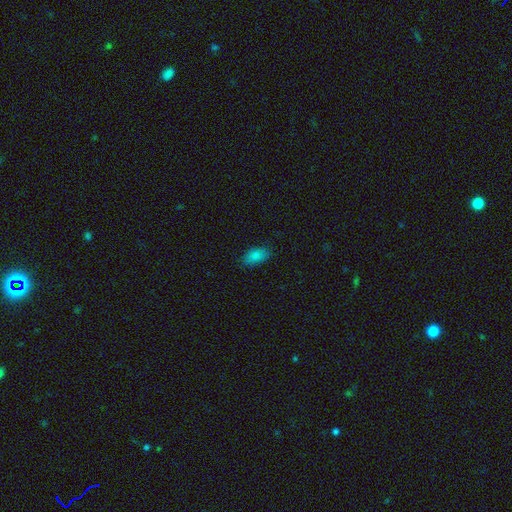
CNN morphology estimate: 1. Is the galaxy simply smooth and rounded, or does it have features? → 85% smooth, 9% star or artifact, 6% featured or disk.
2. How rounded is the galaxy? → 92% in between, 4% round, 4% cigar-shaped.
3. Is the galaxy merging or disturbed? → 82% none, 14% minor disturbance, 3% major disturbance, 1% merger.